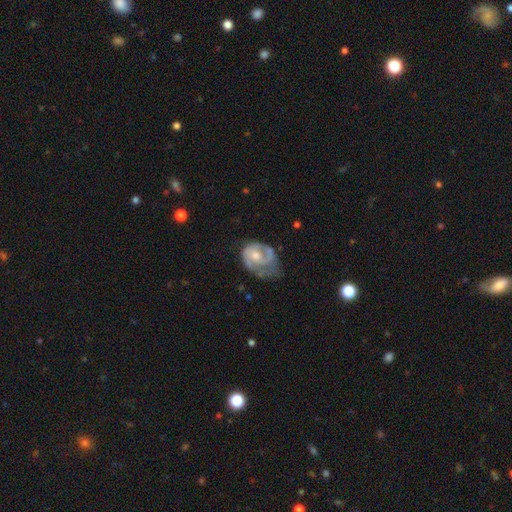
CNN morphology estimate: This appears to be a featured or disk galaxy (68%) with no bar (71%), 2 (40%) tight (46%) spiral arms (76%) and a moderate central bulge (61%). Merging: none (34%).